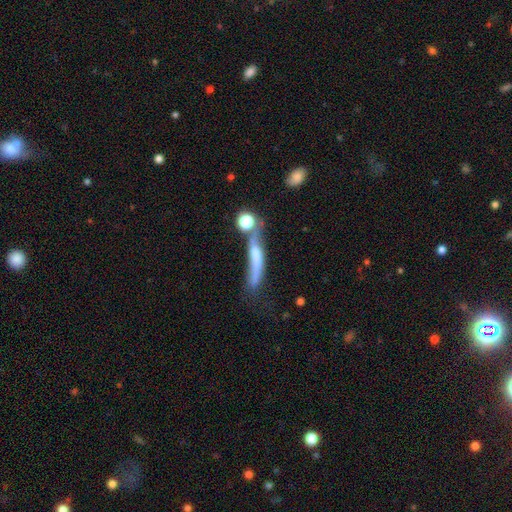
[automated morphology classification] Q: Smooth or featured?
A: featured or disk (44%); runner-up: smooth (42%)
Q: Merging?
A: none (44%); runner-up: merger (20%)